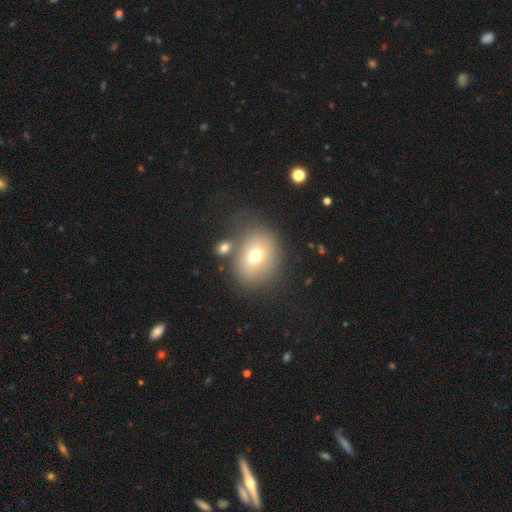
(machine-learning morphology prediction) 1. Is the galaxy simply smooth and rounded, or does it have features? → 66% smooth, 22% featured or disk, 13% star or artifact.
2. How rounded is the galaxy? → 53% round, 46% in between, 1% cigar-shaped.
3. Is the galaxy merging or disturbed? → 63% none, 16% minor disturbance, 12% merger, 9% major disturbance.